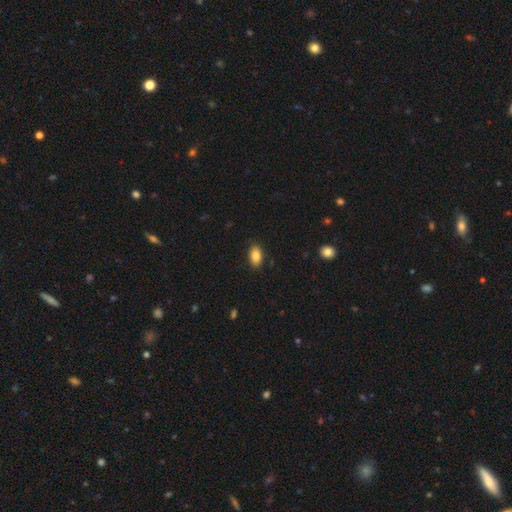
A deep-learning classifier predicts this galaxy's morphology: type=smooth (86%); roundness=in between (91%); merging=none (88%).